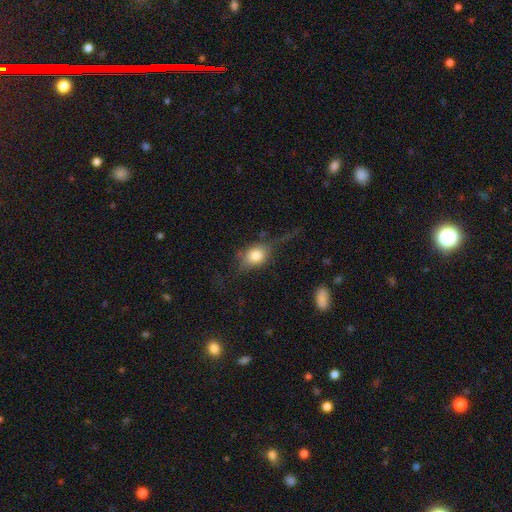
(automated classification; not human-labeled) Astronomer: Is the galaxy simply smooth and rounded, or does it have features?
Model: smooth — 66%.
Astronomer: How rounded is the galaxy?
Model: in between — 57% (runner-up: round, 39%).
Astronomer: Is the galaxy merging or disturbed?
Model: none — 51%.